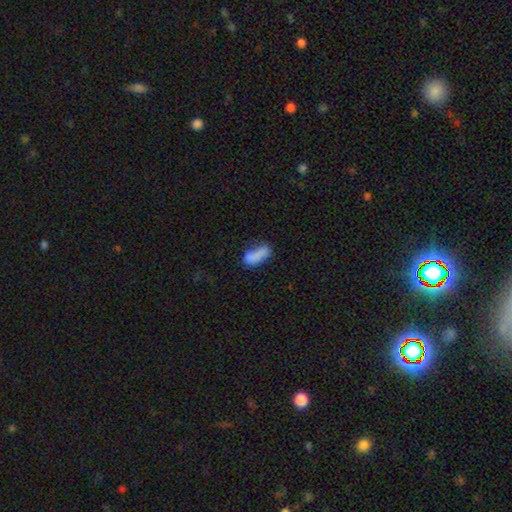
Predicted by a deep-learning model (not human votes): smooth_or_featured: smooth (p=0.80) [alt: featured or disk p=0.11]
how_rounded: in between (p=0.75) [alt: cigar-shaped p=0.22]
merging: none (p=0.49) [alt: minor disturbance p=0.28]